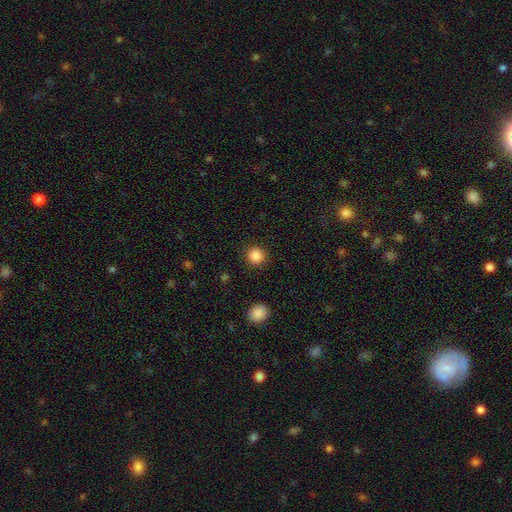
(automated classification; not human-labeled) A smooth galaxy with no disk features (87%) that is round (93%). Merging: none (91%).